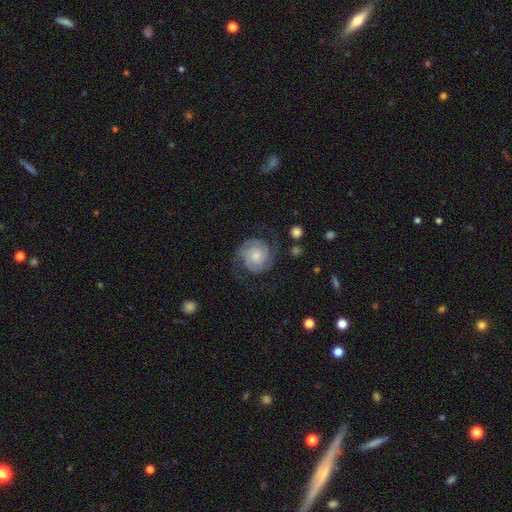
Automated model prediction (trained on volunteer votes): smooth_or_featured: featured or disk (p=0.83) [alt: smooth p=0.11]
disk_edge_on: no (p=0.98) [alt: yes p=0.02]
bar: no (p=0.71) [alt: weak p=0.24]
has_spiral_arms: yes (p=0.97) [alt: no p=0.03]
spiral_winding: tight (p=0.65) [alt: medium p=0.29]
spiral_arm_count: 2 (p=0.82) [alt: 3 p=0.06]
bulge_size: small (p=0.44) [alt: moderate p=0.40]
merging: none (p=0.73) [alt: minor disturbance p=0.15]